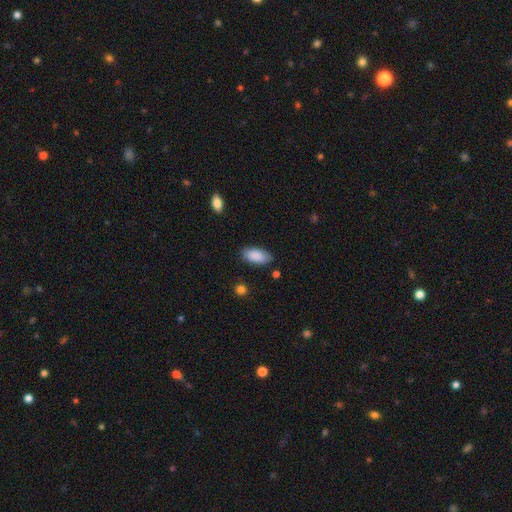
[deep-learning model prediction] This appears to be a smooth galaxy with no disk features (89%) that is in between round and cigar-shaped (91%). Merging: none (83%).